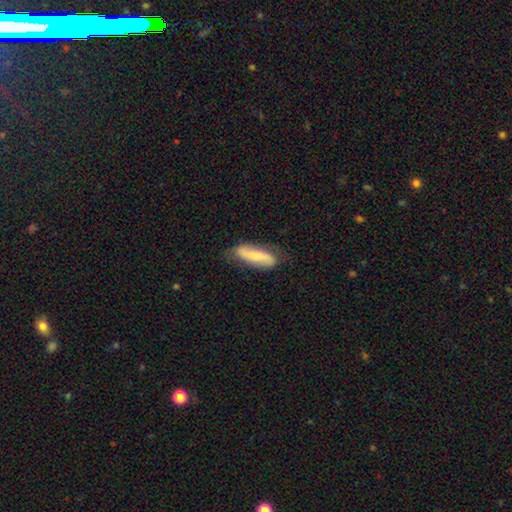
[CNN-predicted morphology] This appears to be a smooth galaxy with no disk features (52%) that is cigar-shaped (51%). Merging: none (70%).